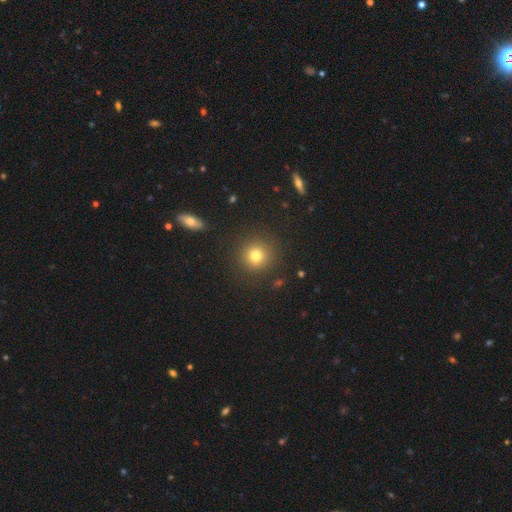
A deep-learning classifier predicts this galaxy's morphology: Smooth or featured?
  - smooth: 78% *
  - star or artifact: 14%
  - featured or disk: 8%
How rounded?
  - round: 93% *
  - in between: 6%
  - cigar-shaped: 1%
Merging?
  - none: 89% *
  - minor disturbance: 7%
  - major disturbance: 3%
  - merger: 2%